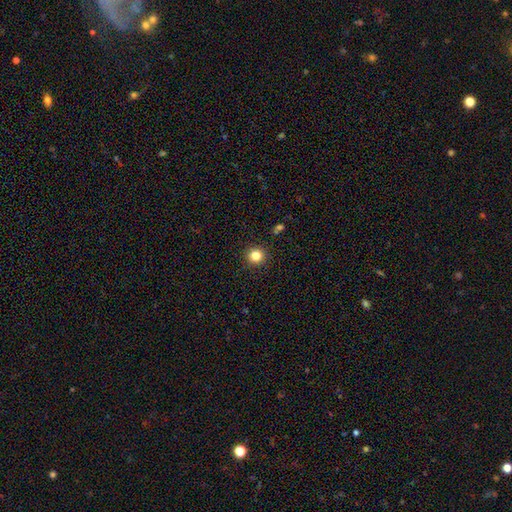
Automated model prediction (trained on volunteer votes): The model was most divided on "smooth or featured": smooth: 82%, star or artifact: 12%, featured or disk: 5%. More confident: how rounded — round (93%); merging — none (92%).